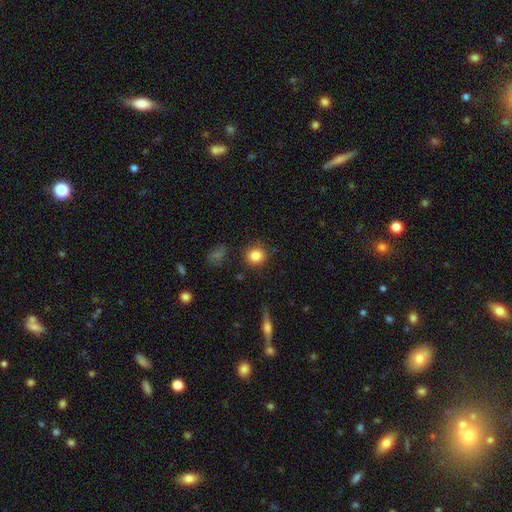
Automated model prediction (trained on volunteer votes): smooth_or_featured: smooth (p=0.85) [alt: star or artifact p=0.10]
how_rounded: round (p=0.88) [alt: in between p=0.11]
merging: none (p=0.85) [alt: minor disturbance p=0.09]